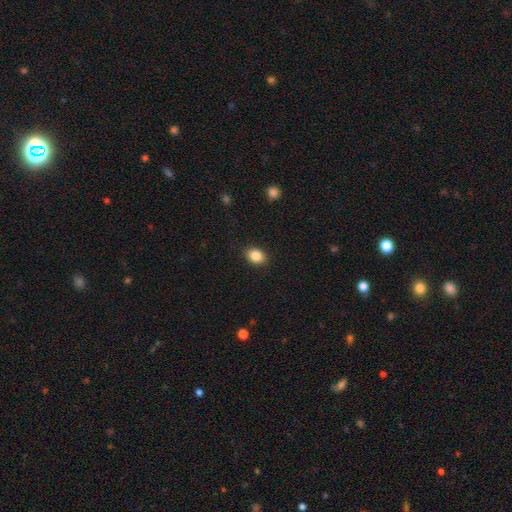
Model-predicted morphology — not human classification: This appears to be a smooth galaxy with no disk features (86%) that is in between round and cigar-shaped (68%). Merging: none (89%).